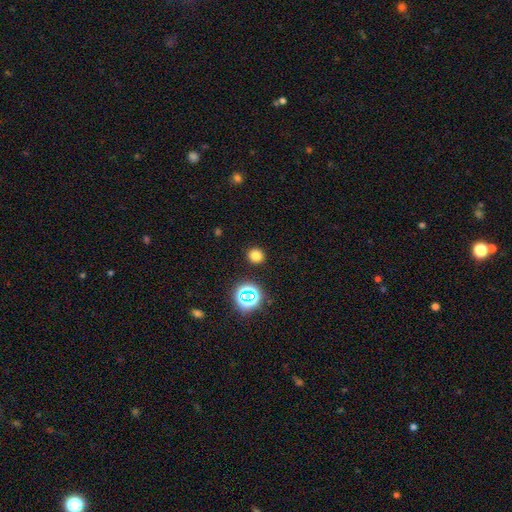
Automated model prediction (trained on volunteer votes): Q: Smooth or featured?
A: smooth (75%); runner-up: star or artifact (20%)
Q: How rounded?
A: round (86%); runner-up: in between (13%)
Q: Merging?
A: none (90%); runner-up: minor disturbance (6%)